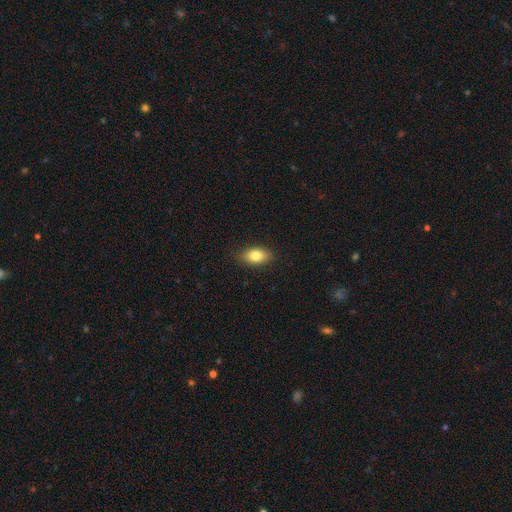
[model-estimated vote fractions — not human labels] Smooth or featured? Predicted: smooth (p=0.81). How rounded? Predicted: in between (p=0.88). Merging? Predicted: none (p=0.87).